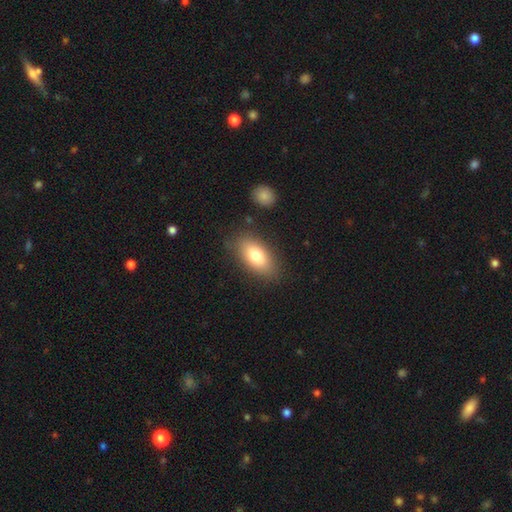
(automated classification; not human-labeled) A smooth galaxy with no disk features (79%) that is in between round and cigar-shaped (89%).

Vote fractions:
- Smooth or featured? smooth: 79% / featured or disk: 14% / star or artifact: 7%
- How rounded? in between: 89% / cigar-shaped: 7% / round: 4%
- Merging? none: 81% / minor disturbance: 13% / major disturbance: 4% / merger: 3%